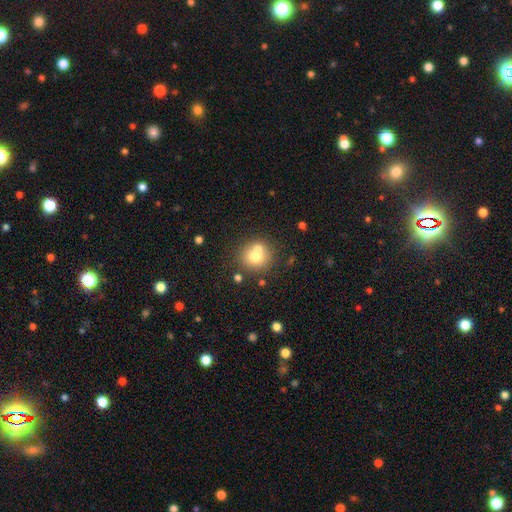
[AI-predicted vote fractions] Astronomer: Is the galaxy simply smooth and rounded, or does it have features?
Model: smooth — 69%.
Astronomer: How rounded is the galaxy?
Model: round — 88%.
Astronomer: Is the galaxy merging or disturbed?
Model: none — 56%.